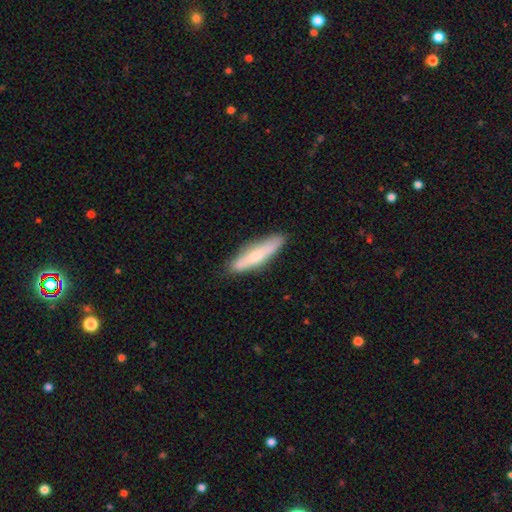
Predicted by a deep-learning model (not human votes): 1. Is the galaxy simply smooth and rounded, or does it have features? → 63% smooth, 32% featured or disk, 6% star or artifact.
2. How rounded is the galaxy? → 81% cigar-shaped, 18% in between, 2% round.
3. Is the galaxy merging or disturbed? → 84% none, 12% minor disturbance, 2% major disturbance, 1% merger.